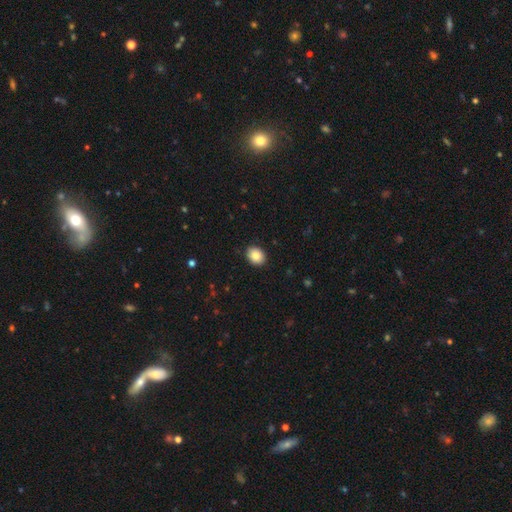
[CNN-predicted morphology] Smooth or featured? smooth (86%)
How rounded? in between (53%)
Merging? none (90%)